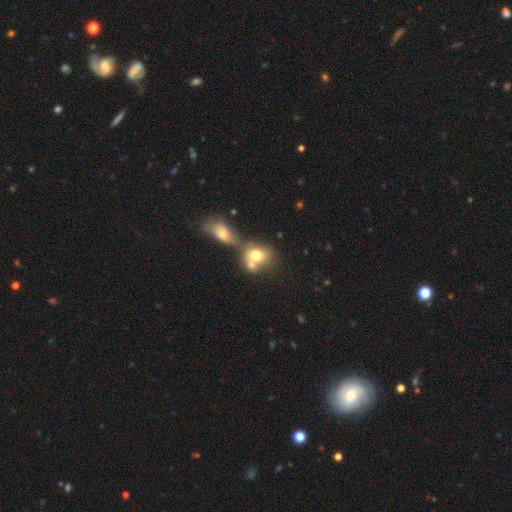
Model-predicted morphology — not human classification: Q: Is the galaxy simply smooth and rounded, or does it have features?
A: smooth — 72%.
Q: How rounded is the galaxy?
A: in between — 50%.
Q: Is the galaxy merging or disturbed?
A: merger — 60%.